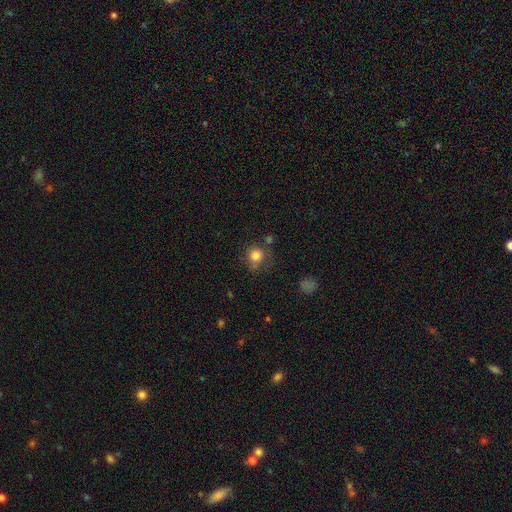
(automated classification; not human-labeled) Smooth or featured: smooth — 81% (star or artifact — 11%)
How rounded: round — 88% (in between — 11%)
Merging: none — 65% (minor disturbance — 20%)